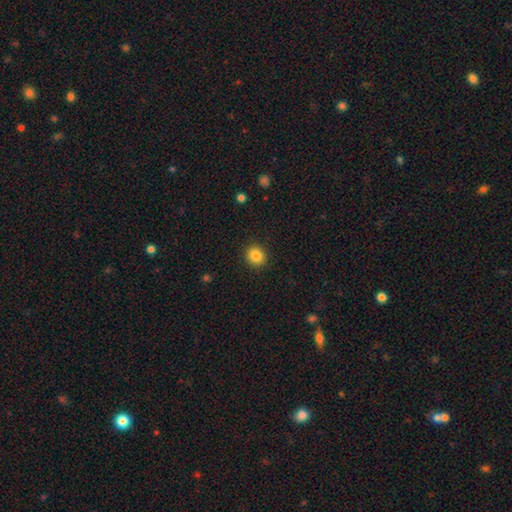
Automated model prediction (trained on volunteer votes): A smooth galaxy with no disk features (85%) that is round (85%). Merging: none (91%).